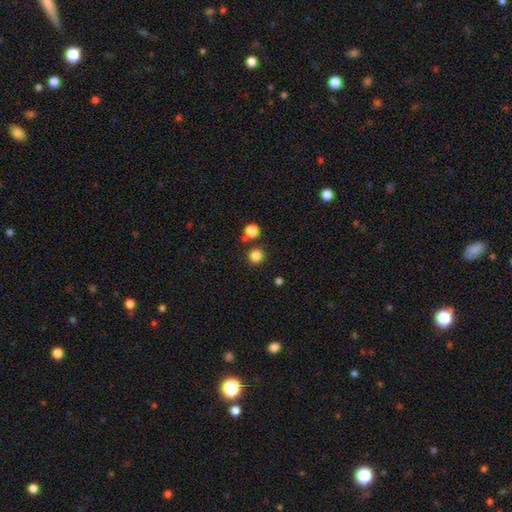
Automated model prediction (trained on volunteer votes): Q: Smooth or featured?
A: smooth (83%); runner-up: star or artifact (13%)
Q: How rounded?
A: round (93%); runner-up: in between (6%)
Q: Merging?
A: none (83%); runner-up: merger (8%)